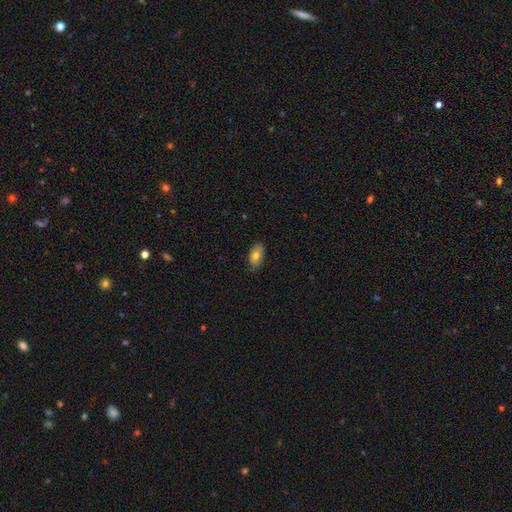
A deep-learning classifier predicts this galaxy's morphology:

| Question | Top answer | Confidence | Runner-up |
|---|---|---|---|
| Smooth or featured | smooth | 77% | featured or disk (16%) |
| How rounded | in between | 92% | round (4%) |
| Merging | none | 84% | minor disturbance (13%) |